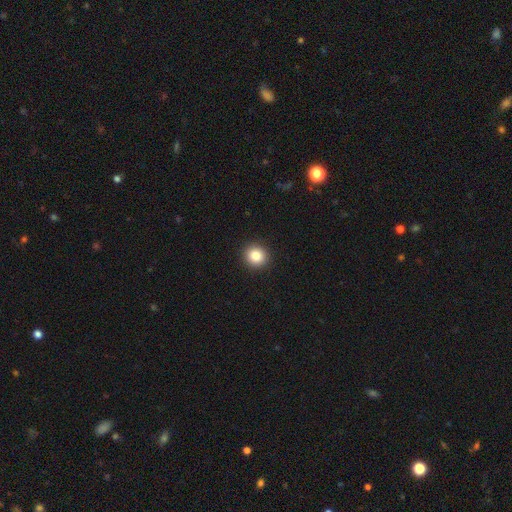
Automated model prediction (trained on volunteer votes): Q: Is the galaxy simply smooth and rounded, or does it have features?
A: smooth — 85%.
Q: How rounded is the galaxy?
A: round — 90%.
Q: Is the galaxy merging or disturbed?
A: none — 93%.